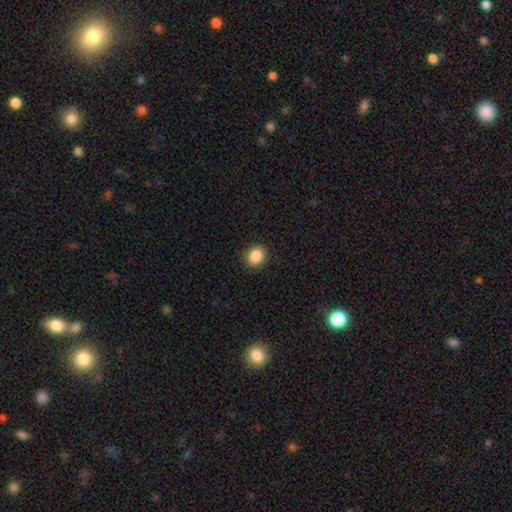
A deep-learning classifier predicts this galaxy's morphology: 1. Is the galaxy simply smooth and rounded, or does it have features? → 87% smooth, 9% star or artifact, 4% featured or disk.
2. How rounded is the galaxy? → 63% round, 36% in between, 1% cigar-shaped.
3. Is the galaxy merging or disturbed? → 91% none, 6% minor disturbance, 2% major disturbance, 1% merger.